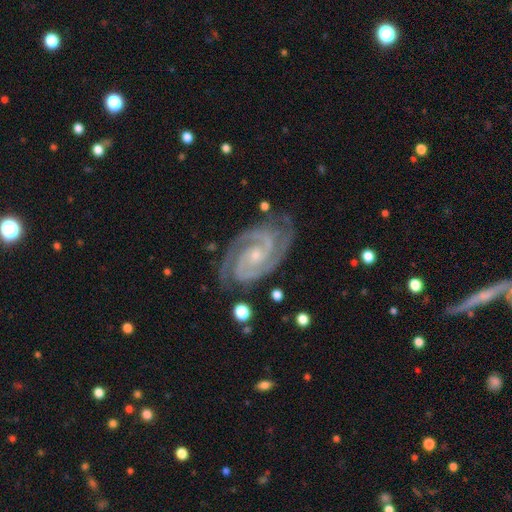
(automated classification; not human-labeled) A featured or disk galaxy (93%) with no bar (56%), 2 (85%) tight (69%) spiral arms (99%) and a small central bulge (74%).

Vote fractions:
- Smooth or featured? featured or disk: 93% / star or artifact: 4% / smooth: 2%
- Edge-on disk? no: 98% / yes: 2%
- Bar? no: 56% / weak: 30% / strong: 13%
- Spiral arms? yes: 99% / no: 1%
- Spiral winding? tight: 69% / medium: 28% / loose: 3%
- Spiral arm count? 2: 85% / 3: 8% / can't tell: 2% / 4: 2% / 1: 2% / more than 4: 2%
- Bulge size? small: 74% / moderate: 20% / none: 4% / large: 1% / dominant: 1%
- Merging? none: 79% / minor disturbance: 15% / major disturbance: 4% / merger: 2%